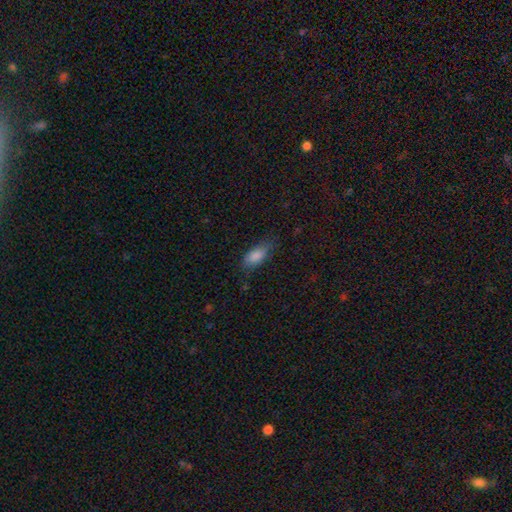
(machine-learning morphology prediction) A smooth galaxy with no disk features (84%) that is in between round and cigar-shaped (82%). Merging: none (68%).